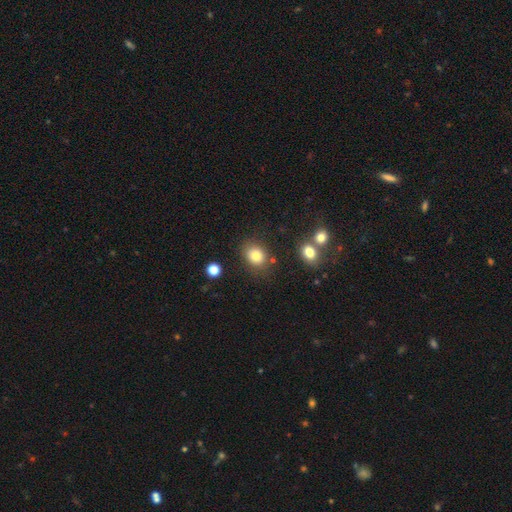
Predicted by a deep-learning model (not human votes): smooth 83%, star or artifact 10%, featured or disk 6%. Down the decision tree: how rounded — round (57%); merging — none (76%).